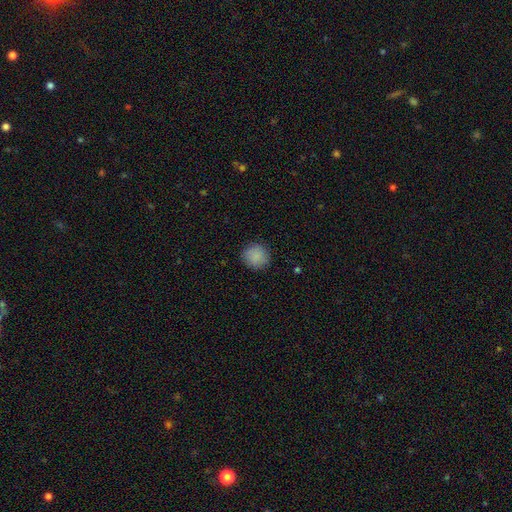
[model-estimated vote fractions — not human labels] Smooth or featured? Predicted: smooth (p=0.88). How rounded? Predicted: round (p=0.89). Merging? Predicted: none (p=0.88).